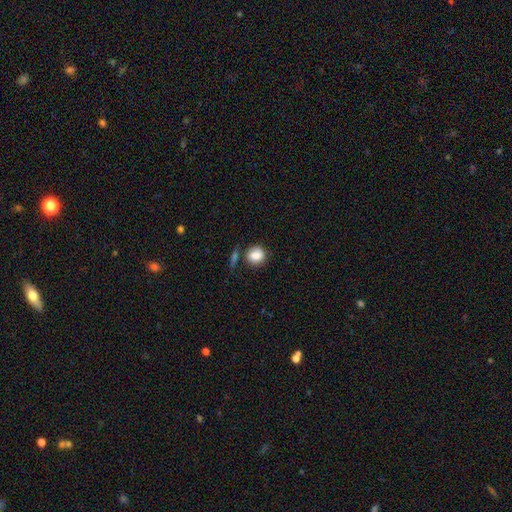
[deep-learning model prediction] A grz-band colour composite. It shows a smooth galaxy with no disk features (85%) that is round (76%). Merging: none (66%).